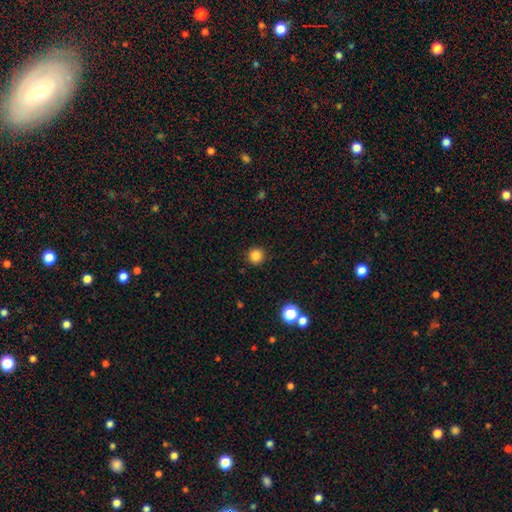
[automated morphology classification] This appears to be a smooth galaxy with no disk features (85%) that is round (95%). Merging: none (92%).